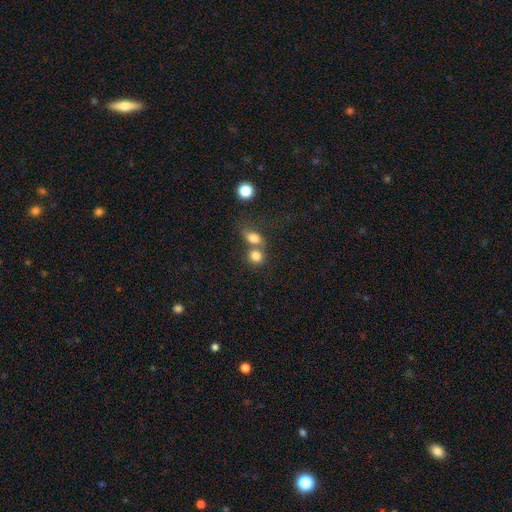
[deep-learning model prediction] Morphology: type=smooth (80%); roundness=round (65%); merging=merger (50%).